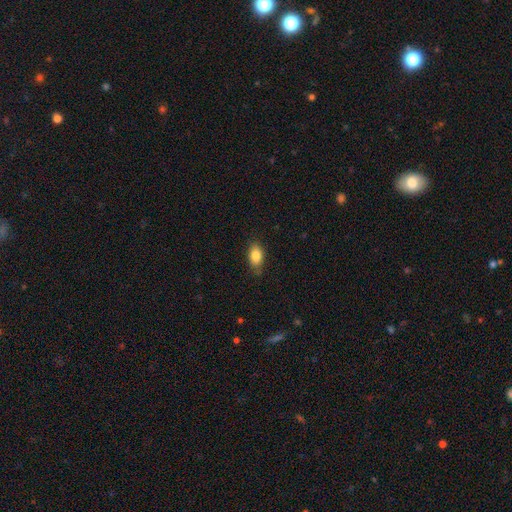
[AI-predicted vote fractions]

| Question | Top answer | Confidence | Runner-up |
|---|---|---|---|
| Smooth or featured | smooth | 84% | star or artifact (8%) |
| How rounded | in between | 86% | round (10%) |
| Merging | none | 77% | minor disturbance (19%) |